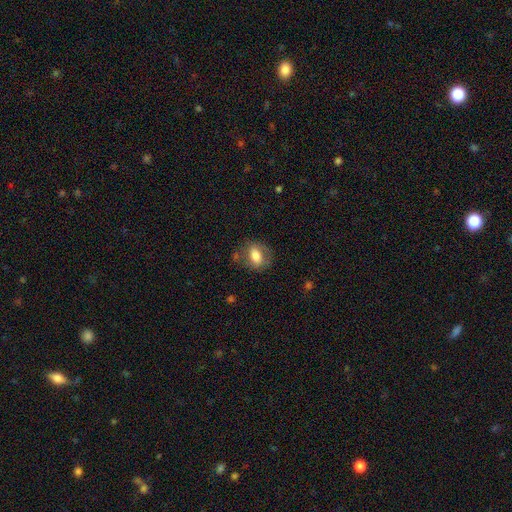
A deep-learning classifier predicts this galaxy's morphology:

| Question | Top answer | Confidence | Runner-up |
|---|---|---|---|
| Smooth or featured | smooth | 72% | featured or disk (20%) |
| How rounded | in between | 73% | round (25%) |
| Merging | none | 67% | minor disturbance (20%) |